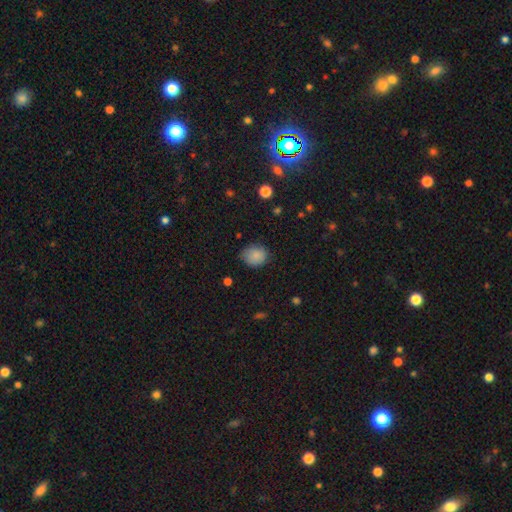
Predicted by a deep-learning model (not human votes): Smooth or featured? smooth (85%)
How rounded? round (71%)
Merging? none (76%)